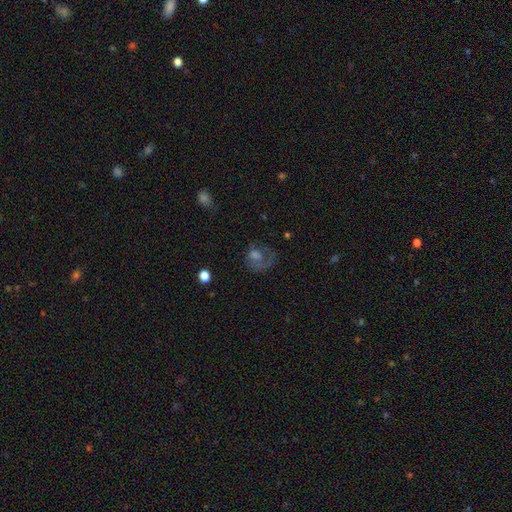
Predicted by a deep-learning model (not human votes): Smooth or featured?
  - featured or disk: 47% *
  - smooth: 35%
  - star or artifact: 18%
Merging?
  - none: 42% *
  - major disturbance: 36%
  - minor disturbance: 19%
  - merger: 3%